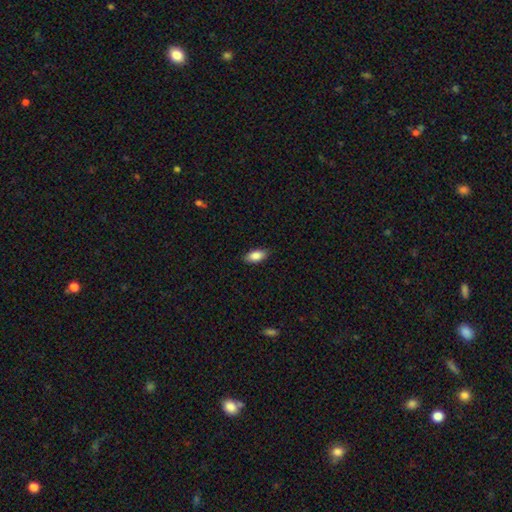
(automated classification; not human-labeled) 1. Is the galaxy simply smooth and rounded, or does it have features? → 87% smooth, 7% star or artifact, 7% featured or disk.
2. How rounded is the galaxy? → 91% in between, 6% cigar-shaped, 3% round.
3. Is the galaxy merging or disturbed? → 87% none, 10% minor disturbance, 2% major disturbance, 1% merger.